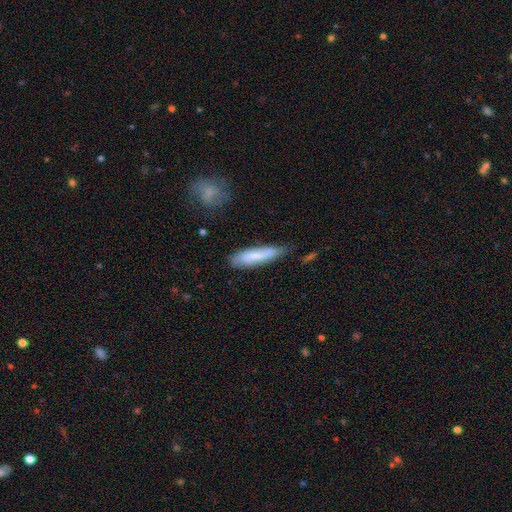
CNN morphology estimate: type=smooth (64%); roundness=cigar-shaped (70%); merging=none (65%).